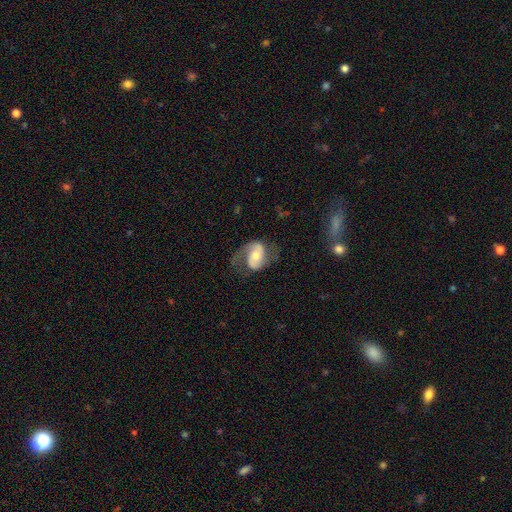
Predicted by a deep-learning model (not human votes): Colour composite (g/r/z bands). It shows a featured or disk galaxy (77%) with no bar (56%), 2 (83%) medium (46%) spiral arms (93%) and a moderate central bulge (61%). Merging: none (59%).